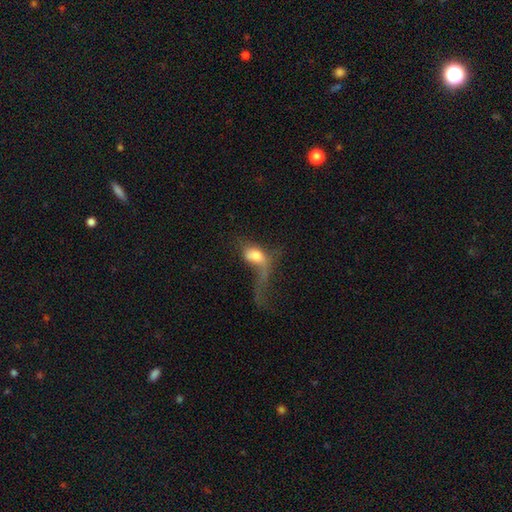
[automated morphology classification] Overall: smooth (62%; featured or disk 28%). How rounded: in between (78%). Merging: major disturbance (60%).